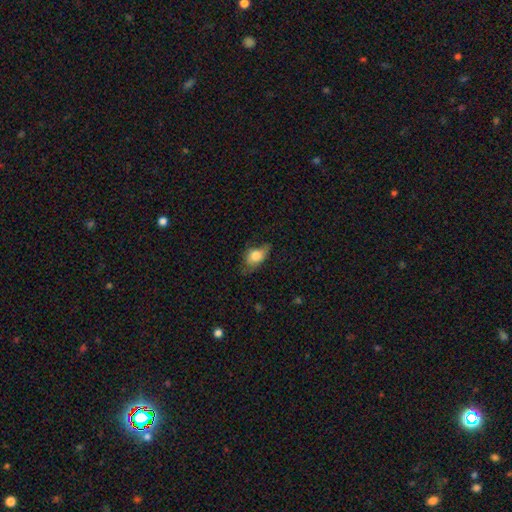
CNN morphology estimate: Smooth or featured: smooth — 76% (featured or disk — 16%)
How rounded: in between — 82% (round — 13%)
Merging: none — 50% (minor disturbance — 34%)